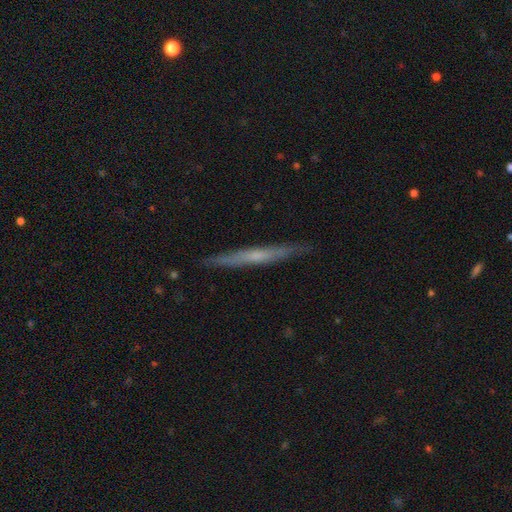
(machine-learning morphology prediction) This is possibly a featured or disk galaxy (56%). It is clearly viewed edge-on (96%). Edge-on bulge: likely none (64%). Merging: clearly none (89%).